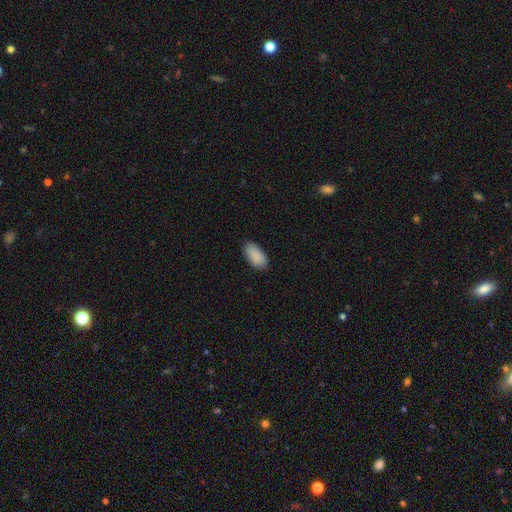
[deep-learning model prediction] This is clearly a smooth galaxy (90%). How rounded: clearly in between (92%). Merging: clearly none (85%).